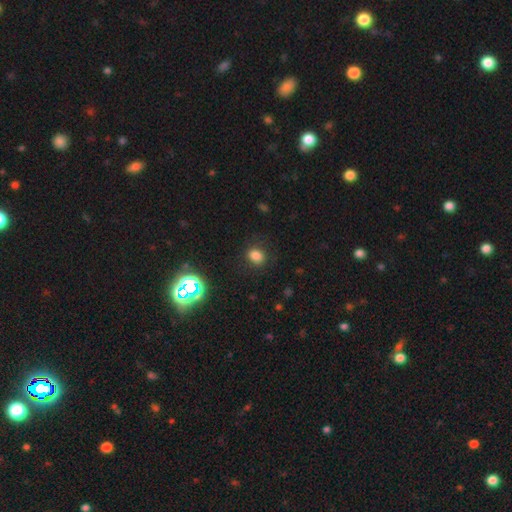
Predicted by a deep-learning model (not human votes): Smooth or featured? smooth (77%)
How rounded? round (52%)
Merging? none (83%)